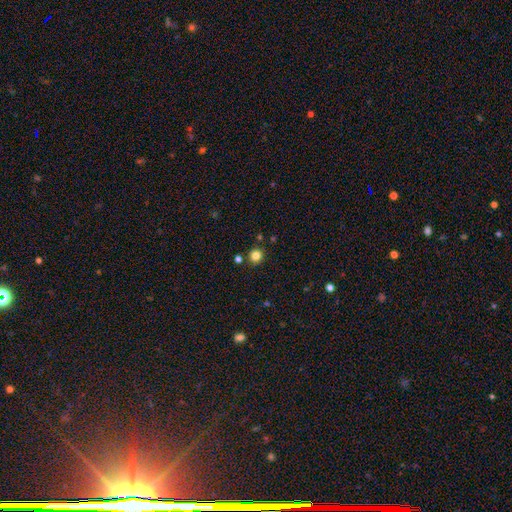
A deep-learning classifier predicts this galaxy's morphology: This appears to be a smooth galaxy with no disk features (82%) that is round (93%). Merging: none (87%).